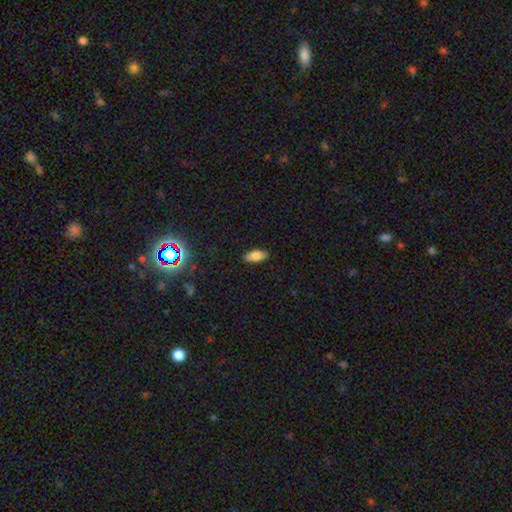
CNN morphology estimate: Smooth or featured: smooth — 83% (featured or disk — 9%)
How rounded: in between — 84% (cigar-shaped — 14%)
Merging: none — 88% (minor disturbance — 9%)